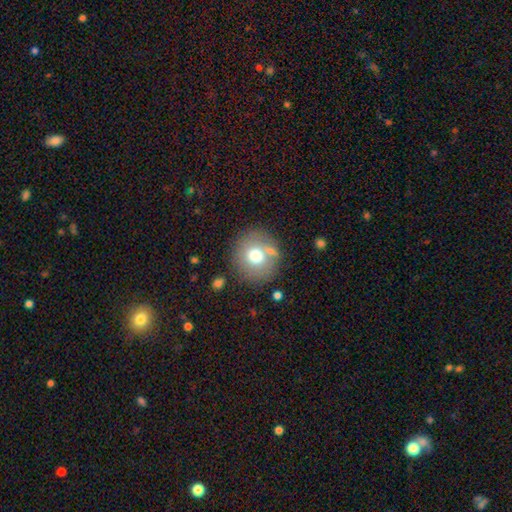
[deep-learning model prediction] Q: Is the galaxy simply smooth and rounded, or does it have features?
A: smooth — 70%.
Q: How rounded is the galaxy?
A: round — 90%.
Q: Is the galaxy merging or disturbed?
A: none — 76%.